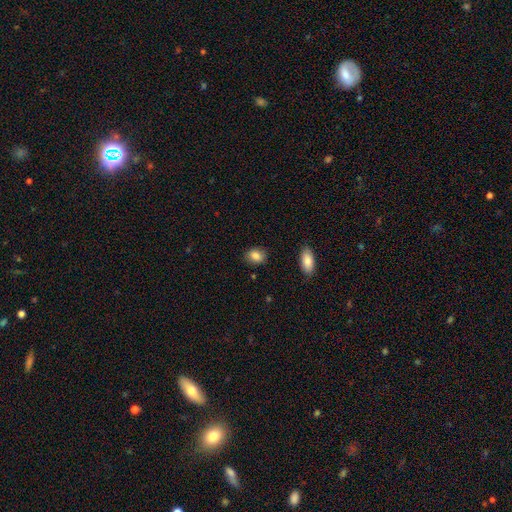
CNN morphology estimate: smooth 86%, star or artifact 8%, featured or disk 6%. Down the decision tree: how rounded — in between (58%); merging — none (85%).